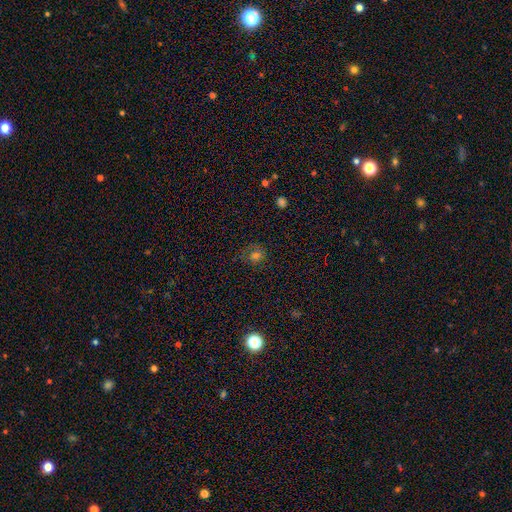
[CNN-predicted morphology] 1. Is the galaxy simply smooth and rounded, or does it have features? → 64% smooth, 24% star or artifact, 12% featured or disk.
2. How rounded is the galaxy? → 74% round, 25% in between, 1% cigar-shaped.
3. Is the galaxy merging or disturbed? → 63% none, 21% minor disturbance, 13% major disturbance, 2% merger.